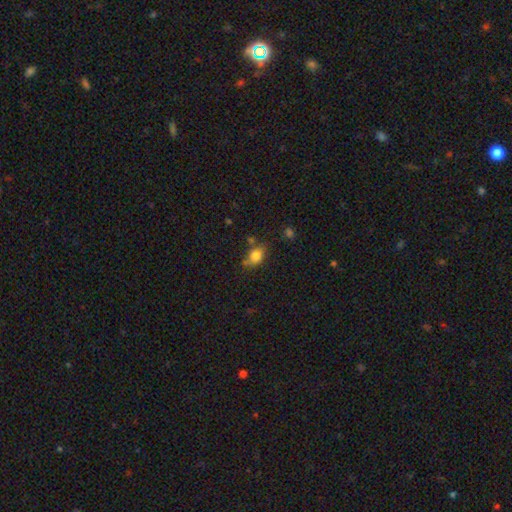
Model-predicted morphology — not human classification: This is clearly a smooth galaxy (81%). How rounded: likely in between (69%). Merging: likely none (63%).